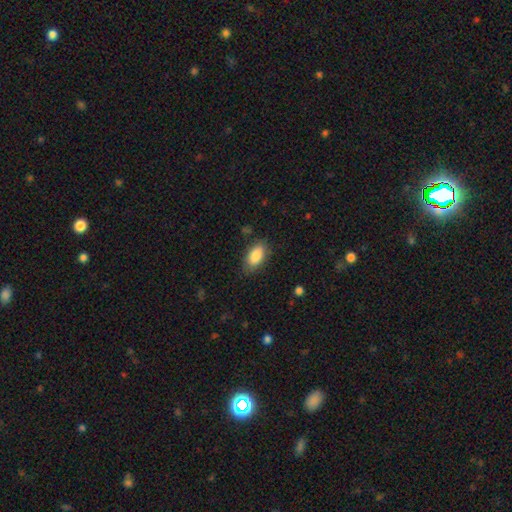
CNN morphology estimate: The model was most divided on "merging": none: 81%, minor disturbance: 14%, major disturbance: 4%, merger: 1%. More confident: how rounded — in between (91%); smooth or featured — smooth (88%).